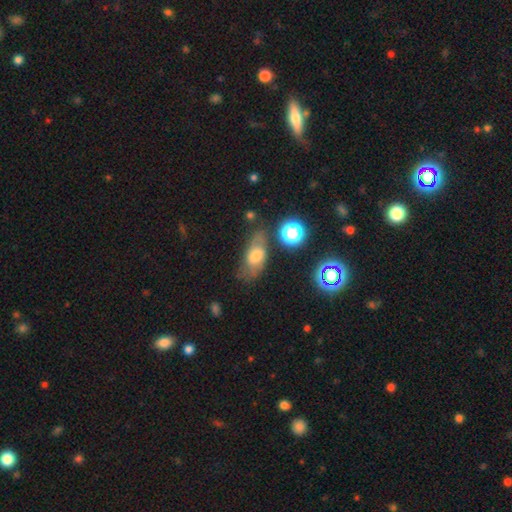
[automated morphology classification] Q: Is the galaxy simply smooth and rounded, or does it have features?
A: smooth — 52%.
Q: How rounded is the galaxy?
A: in between — 78%.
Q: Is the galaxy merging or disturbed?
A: none — 58%.